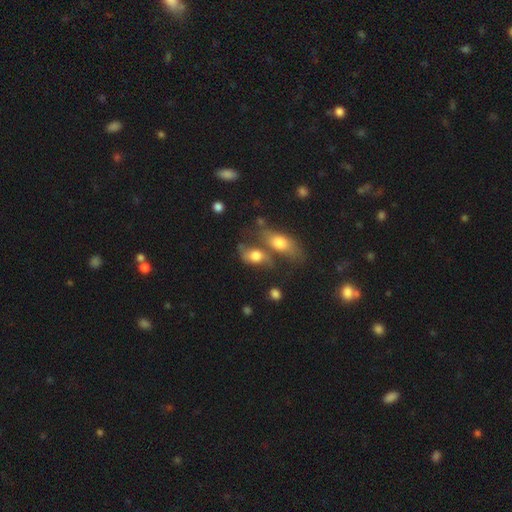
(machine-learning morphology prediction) Smooth or featured?
  - smooth: 61% *
  - featured or disk: 28%
  - star or artifact: 10%
How rounded?
  - in between: 80% *
  - round: 15%
  - cigar-shaped: 5%
Merging?
  - merger: 46% *
  - none: 27%
  - minor disturbance: 15%
  - major disturbance: 13%